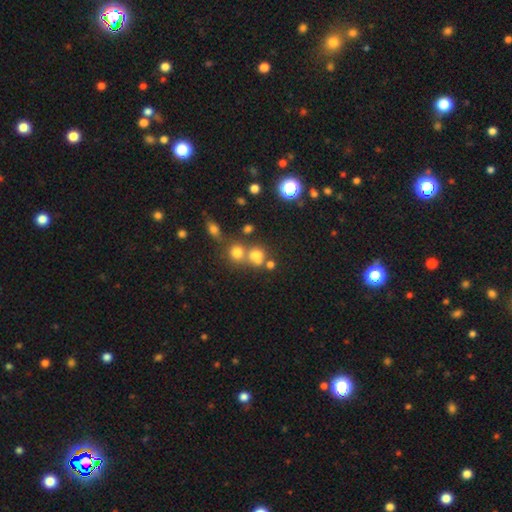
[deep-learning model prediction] Overall: smooth (70%). How rounded: round (78%). Merging: none (45%; merger 41%).